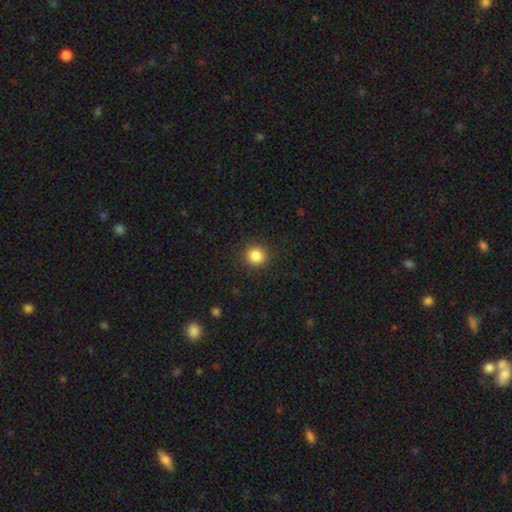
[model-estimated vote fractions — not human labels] A smooth galaxy with no disk features (85%) that is round (93%).

Vote fractions:
- Smooth or featured? smooth: 85% / star or artifact: 11% / featured or disk: 4%
- How rounded? round: 93% / in between: 6% / cigar-shaped: 1%
- Merging? none: 91% / minor disturbance: 6% / major disturbance: 2% / merger: 1%